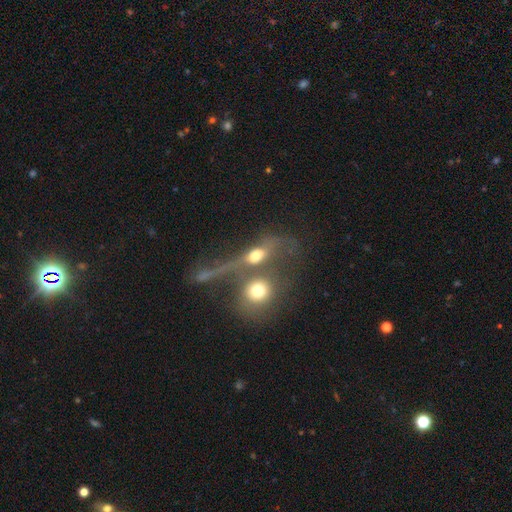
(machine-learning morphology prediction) Q: Smooth or featured?
A: smooth (57%); runner-up: featured or disk (30%)
Q: How rounded?
A: in between (54%); runner-up: round (36%)
Q: Merging?
A: merger (53%); runner-up: none (21%)